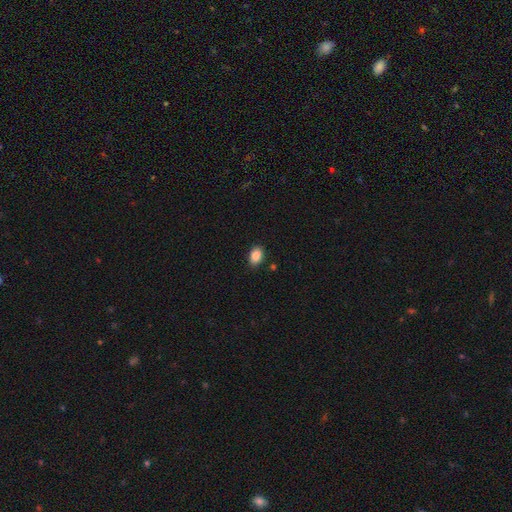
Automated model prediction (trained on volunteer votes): Smooth or featured? Predicted: smooth (p=0.87). How rounded? Predicted: in between (p=0.80). Merging? Predicted: none (p=0.86).